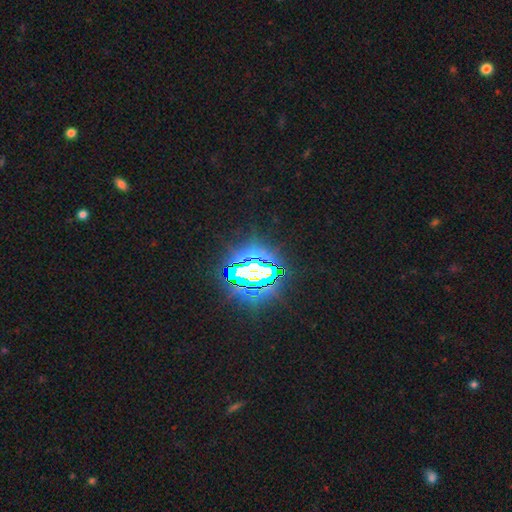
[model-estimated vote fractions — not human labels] smooth-or-featured: star or artifact: 82% | featured or disk: 9% | smooth: 9%